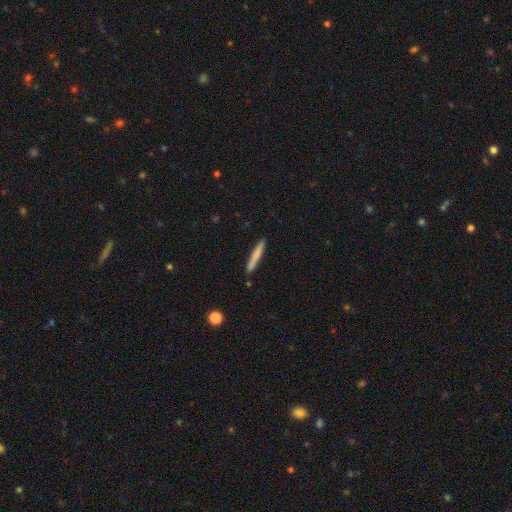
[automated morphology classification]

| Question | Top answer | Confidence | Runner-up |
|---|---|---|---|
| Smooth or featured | smooth | 76% | featured or disk (18%) |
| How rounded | cigar-shaped | 96% | in between (3%) |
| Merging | none | 90% | minor disturbance (7%) |